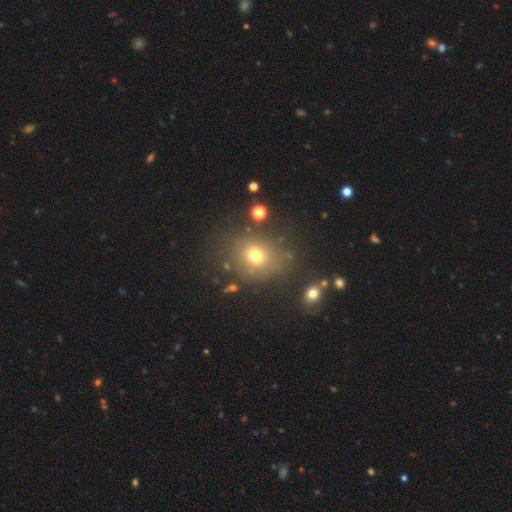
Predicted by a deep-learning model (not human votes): smooth-or-featured: smooth: 69% | star or artifact: 19% | featured or disk: 11%
  how-rounded: round: 68% | in between: 31% | cigar-shaped: 1%
  merging: none: 77% | minor disturbance: 12% | major disturbance: 6% | merger: 5%